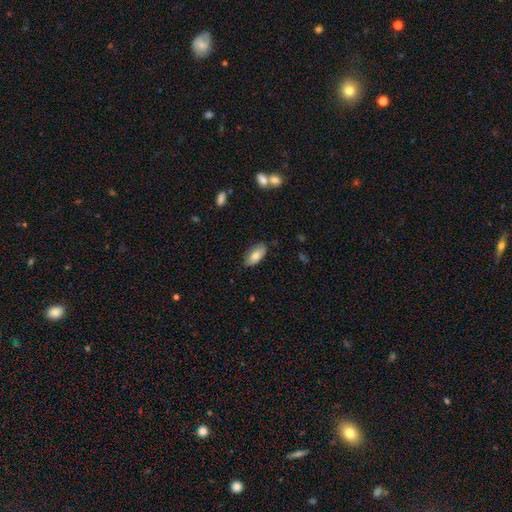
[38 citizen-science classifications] smooth_or_featured: smooth (p=0.71) [alt: featured or disk p=0.21]
how_rounded: in between (p=1.00)
merging: none (p=0.66) [alt: minor disturbance p=0.26]